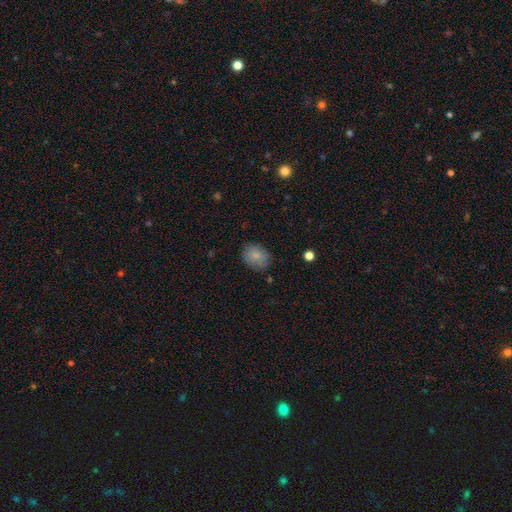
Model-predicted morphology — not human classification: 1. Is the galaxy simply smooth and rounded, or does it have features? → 83% smooth, 10% featured or disk, 8% star or artifact.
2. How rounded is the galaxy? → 59% in between, 40% round, 1% cigar-shaped.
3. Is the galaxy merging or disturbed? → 76% none, 19% minor disturbance, 4% major disturbance, 1% merger.